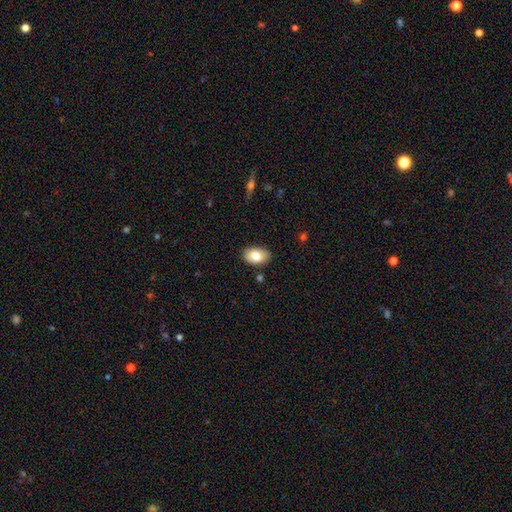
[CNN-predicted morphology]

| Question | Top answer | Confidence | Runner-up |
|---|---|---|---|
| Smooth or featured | smooth | 80% | featured or disk (13%) |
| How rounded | in between | 90% | round (9%) |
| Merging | none | 85% | minor disturbance (11%) |